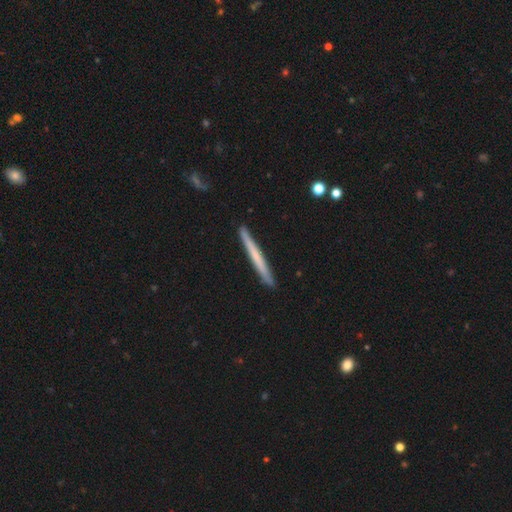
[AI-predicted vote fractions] Q: Smooth or featured?
A: smooth (54%); runner-up: featured or disk (40%)
Q: How rounded?
A: cigar-shaped (97%); runner-up: in between (2%)
Q: Merging?
A: none (91%); runner-up: minor disturbance (6%)